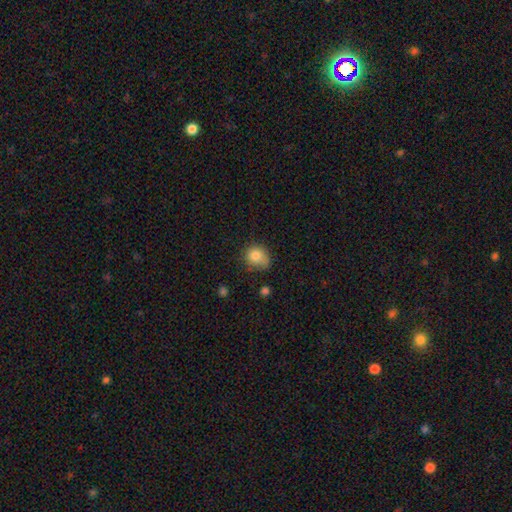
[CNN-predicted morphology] This is clearly a smooth galaxy (81%). How rounded: likely round (62%). Merging: possibly none (52%).